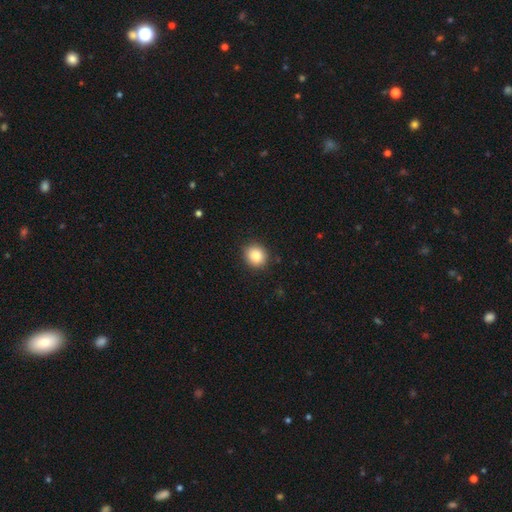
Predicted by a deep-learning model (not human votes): Morphology: type=smooth (85%); roundness=round (84%); merging=none (90%).